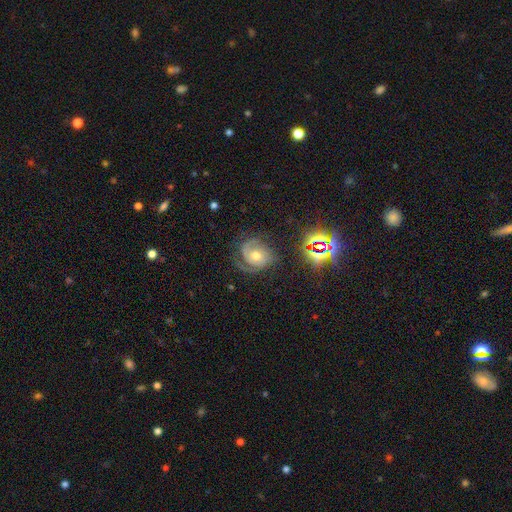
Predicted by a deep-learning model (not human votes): Morphology: type=featured or disk (77%); edge-on=no (97%); bar=no (74%); spiral arms=yes (95%); winding=tight (54%); arm count=2 (47%); bulge=moderate (69%); merging=none (65%).